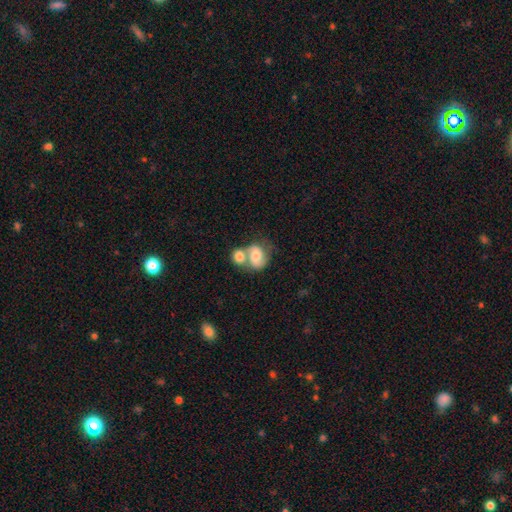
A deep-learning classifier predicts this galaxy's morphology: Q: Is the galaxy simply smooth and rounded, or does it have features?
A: smooth — 54%.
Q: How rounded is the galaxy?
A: in between — 53%.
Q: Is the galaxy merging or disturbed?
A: merger — 63%.